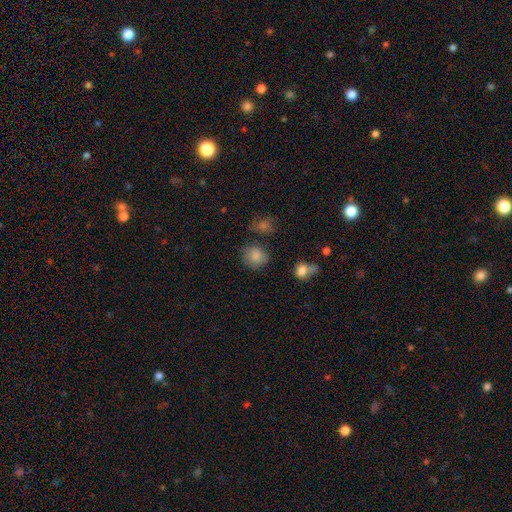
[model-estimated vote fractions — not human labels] Smooth or featured?
  - smooth: 84% *
  - star or artifact: 10%
  - featured or disk: 7%
How rounded?
  - round: 79% *
  - in between: 20%
  - cigar-shaped: 1%
Merging?
  - none: 69% *
  - minor disturbance: 18%
  - major disturbance: 6%
  - merger: 6%